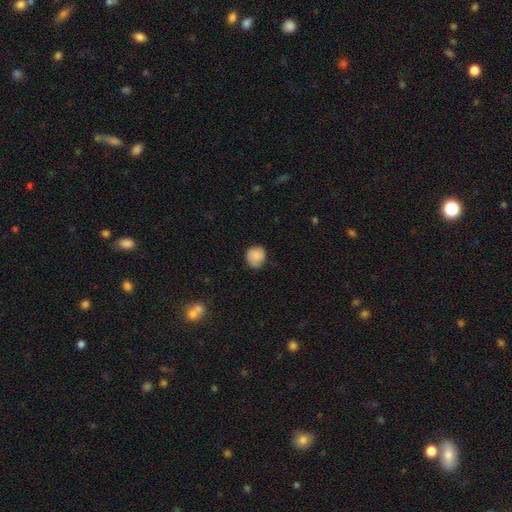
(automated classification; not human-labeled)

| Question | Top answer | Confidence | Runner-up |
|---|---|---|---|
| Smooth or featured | smooth | 83% | featured or disk (10%) |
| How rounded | round | 85% | in between (14%) |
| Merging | none | 76% | minor disturbance (20%) |